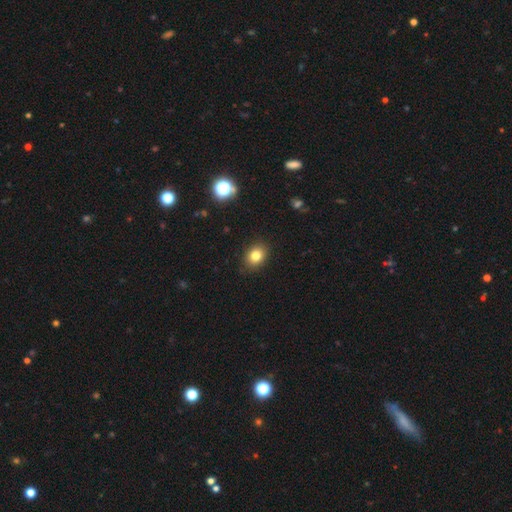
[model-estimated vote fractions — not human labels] Smooth or featured? Predicted: smooth (p=0.81). How rounded? Predicted: in between (p=0.51). Merging? Predicted: none (p=0.88).